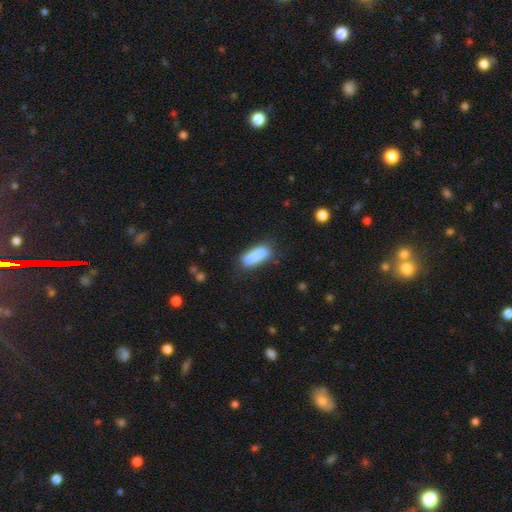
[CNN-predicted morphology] smooth-or-featured: smooth: 83% | featured or disk: 9% | star or artifact: 7%
  how-rounded: cigar-shaped: 56% | in between: 42% | round: 2%
  merging: none: 74% | minor disturbance: 17% | major disturbance: 5% | merger: 4%